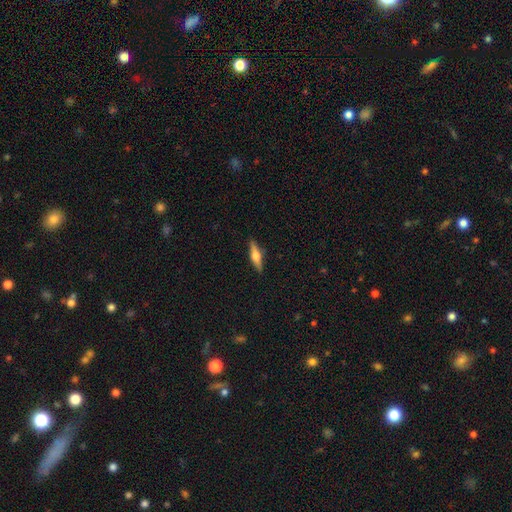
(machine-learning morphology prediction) This appears to be a featured or disk galaxy (61%) viewed edge-on (96%) with a rounded central bulge (93%). Merging: none (89%).